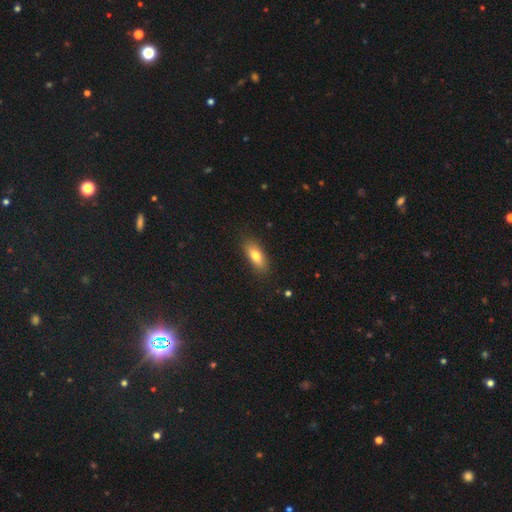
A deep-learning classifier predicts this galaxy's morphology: Overall: smooth (75%). How rounded: in between (75%). Merging: none (85%).